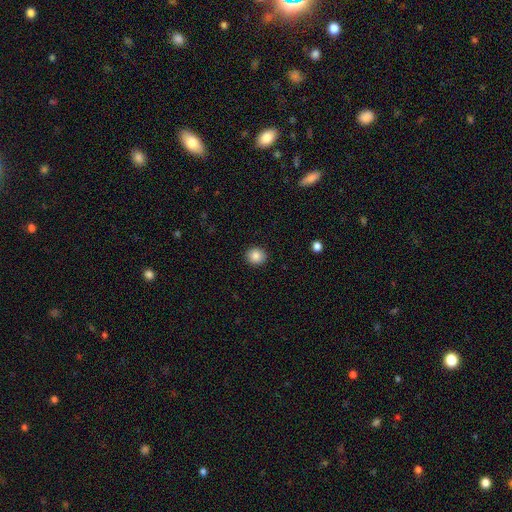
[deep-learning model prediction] A smooth galaxy with no disk features (85%) that is round (78%).

Vote fractions:
- Smooth or featured? smooth: 85% / star or artifact: 9% / featured or disk: 6%
- How rounded? round: 78% / in between: 21% / cigar-shaped: 1%
- Merging? none: 91% / minor disturbance: 6% / major disturbance: 2% / merger: 1%